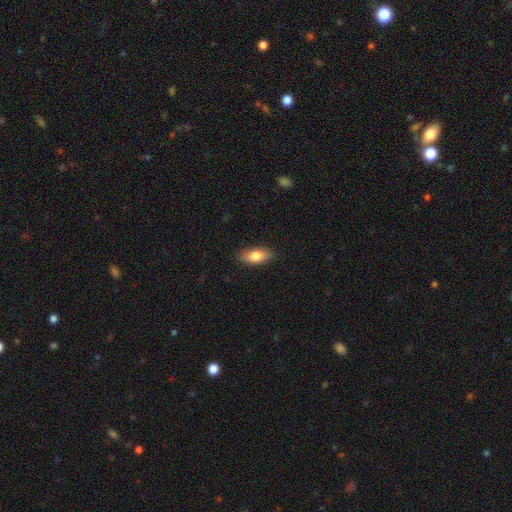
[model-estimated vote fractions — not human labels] A smooth galaxy with no disk features (77%) that is in between round and cigar-shaped (81%). Merging: none (87%).